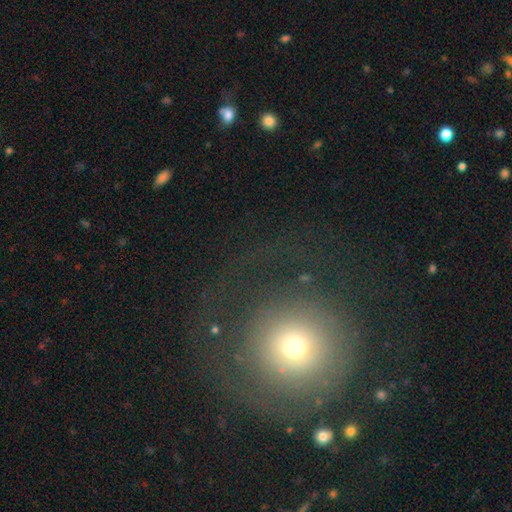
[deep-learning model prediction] A smooth galaxy with no disk features (54%) that is round (94%). Merging: none (60%).